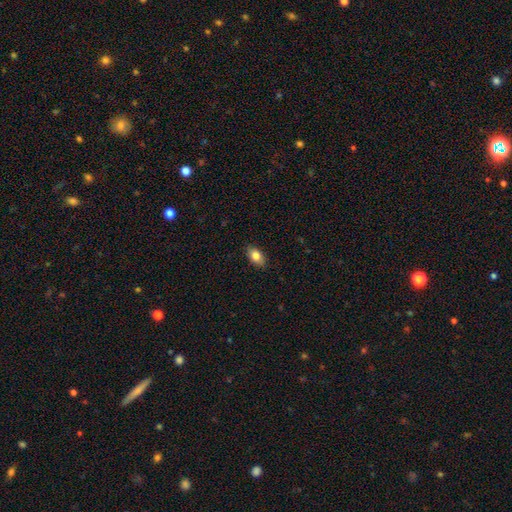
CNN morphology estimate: The model was most divided on "smooth or featured": smooth: 82%, featured or disk: 10%, star or artifact: 8%. More confident: how rounded — in between (88%); merging — none (87%).